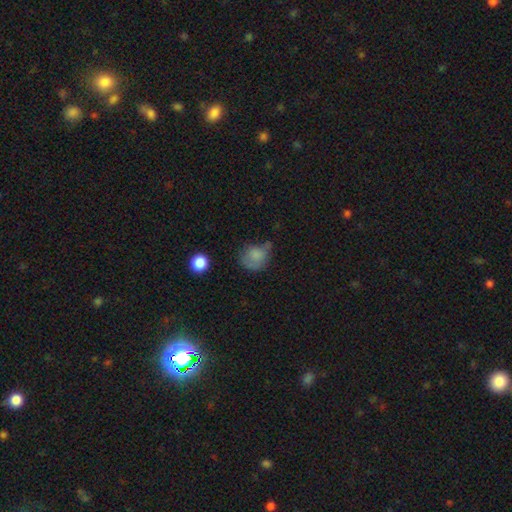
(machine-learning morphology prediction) This is likely a smooth galaxy (75%). How rounded: likely round (67%). Merging: marginally none (36%, tied with minor disturbance).